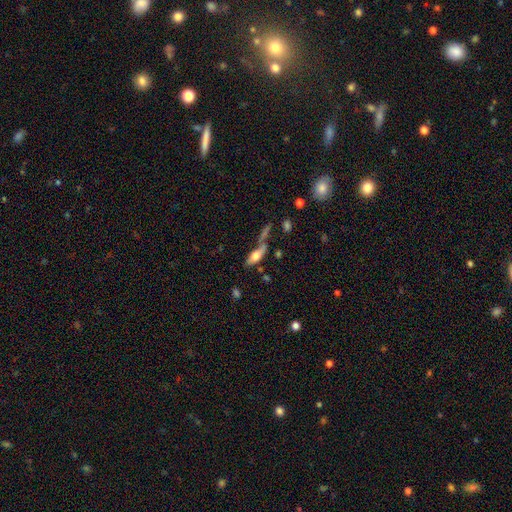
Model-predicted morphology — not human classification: smooth 62%, featured or disk 30%, star or artifact 9%. Down the decision tree: how rounded — in between (66%); merging — none (39%).